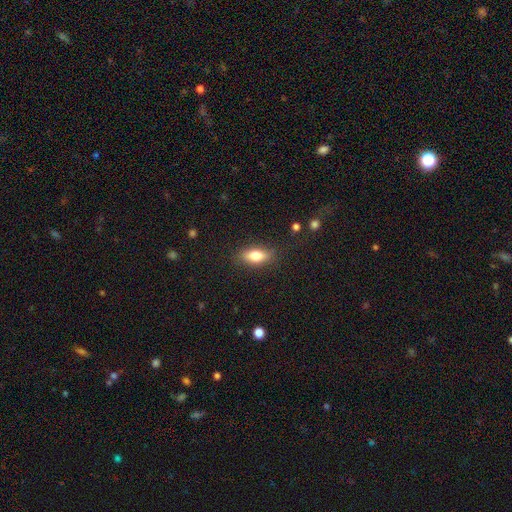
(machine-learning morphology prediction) A smooth galaxy with no disk features (73%) that is in between round and cigar-shaped (77%). Merging: none (83%).